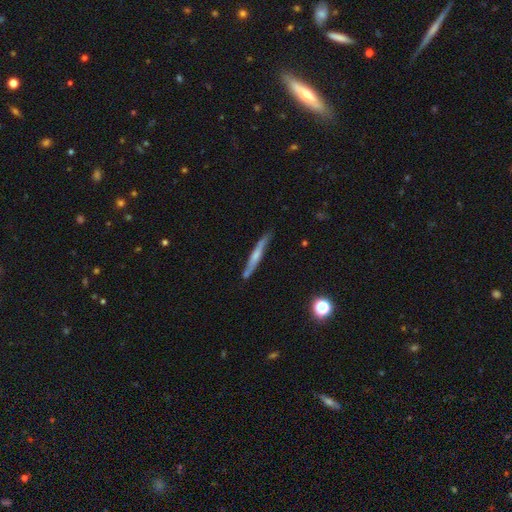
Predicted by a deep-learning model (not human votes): smooth-or-featured: featured or disk: 54% | smooth: 40% | star or artifact: 7%
  disk-edge-on: yes: 90% | no: 10%
  merging: none: 78% | minor disturbance: 16% | merger: 4% | major disturbance: 3%